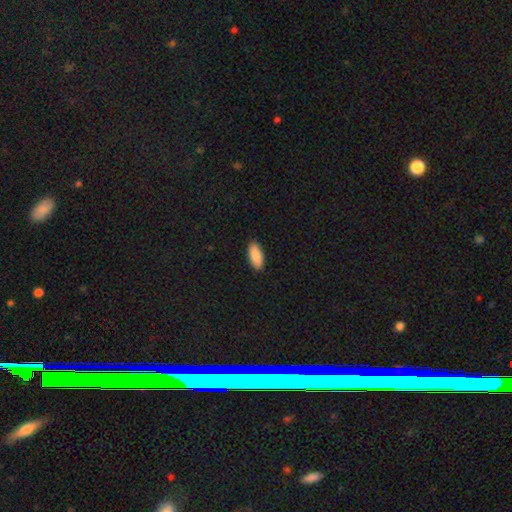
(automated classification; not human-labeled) Smooth or featured: smooth — 90% (star or artifact — 5%)
How rounded: in between — 84% (cigar-shaped — 14%)
Merging: none — 90% (minor disturbance — 7%)